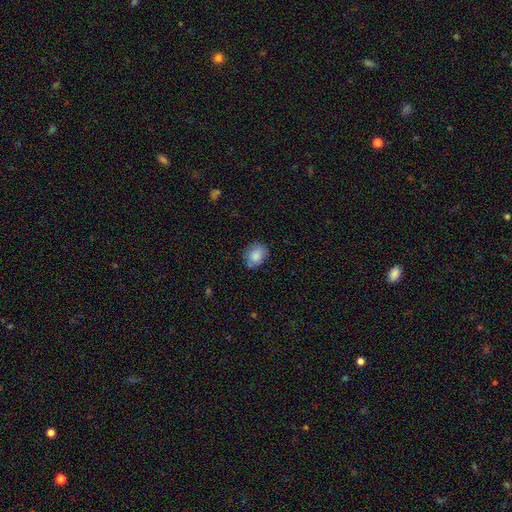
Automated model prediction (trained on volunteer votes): The model was most divided on "how rounded": in between: 50%, round: 48%, cigar-shaped: 1%. More confident: smooth or featured — smooth (84%); merging — none (74%).